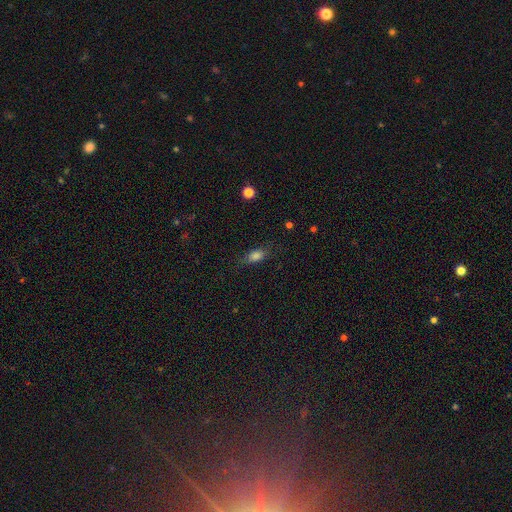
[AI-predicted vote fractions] Smooth or featured: smooth — 77% (star or artifact — 11%)
How rounded: in between — 79% (cigar-shaped — 12%)
Merging: none — 72% (minor disturbance — 19%)